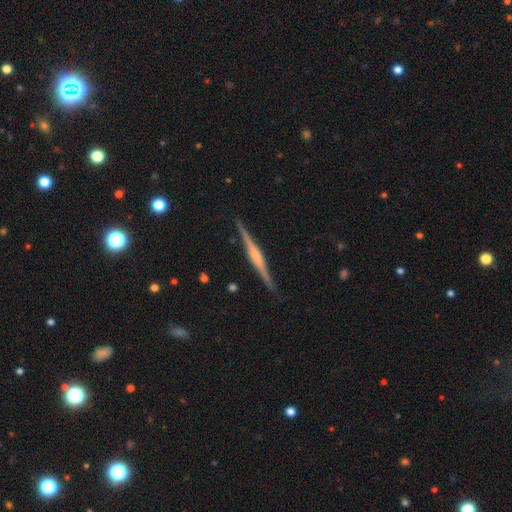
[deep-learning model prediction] Smooth or featured? Predicted: featured or disk (p=0.81). Edge-on disk? Predicted: yes (p=0.98). Edge-on bulge? Predicted: rounded (p=0.59). Merging? Predicted: none (p=0.91).